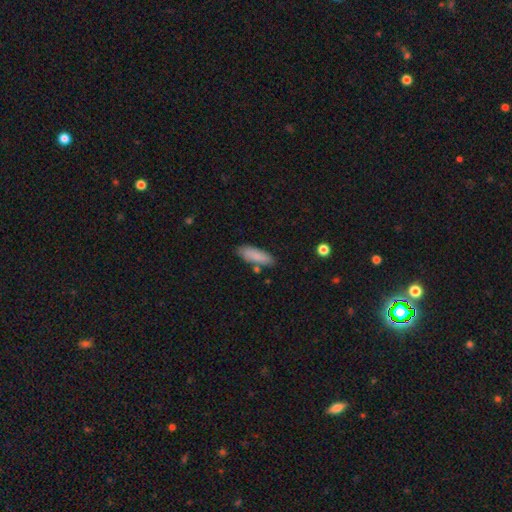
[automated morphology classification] Q: Smooth or featured?
A: smooth (85%); runner-up: featured or disk (9%)
Q: How rounded?
A: in between (58%); runner-up: cigar-shaped (41%)
Q: Merging?
A: none (77%); runner-up: minor disturbance (15%)